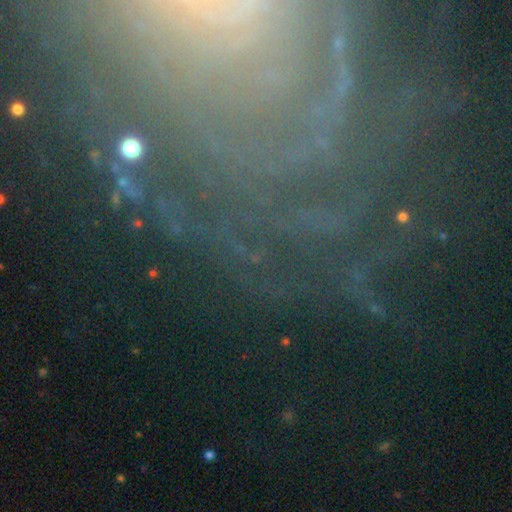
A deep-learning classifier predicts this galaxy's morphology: smooth-or-featured: star or artifact: 45% | featured or disk: 41% | smooth: 15%